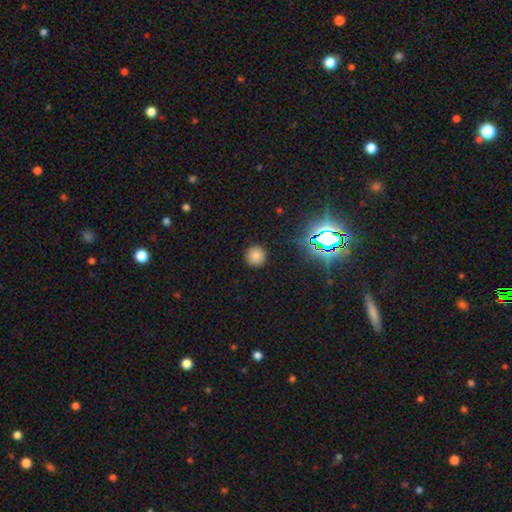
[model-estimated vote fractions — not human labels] A smooth galaxy with no disk features (77%) that is round (95%).

Vote fractions:
- Smooth or featured? smooth: 77% / star or artifact: 18% / featured or disk: 5%
- How rounded? round: 95% / in between: 4% / cigar-shaped: 1%
- Merging? none: 91% / minor disturbance: 6% / major disturbance: 2% / merger: 1%